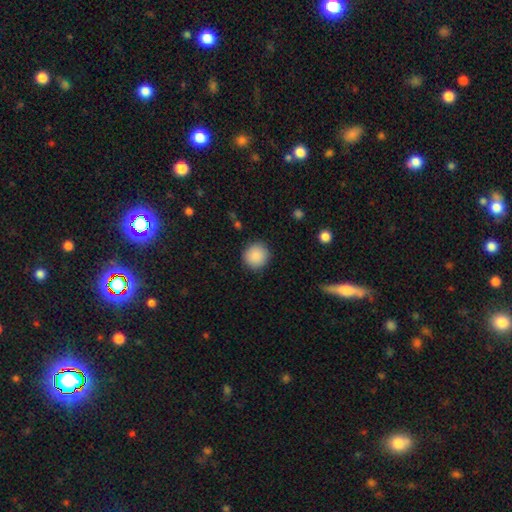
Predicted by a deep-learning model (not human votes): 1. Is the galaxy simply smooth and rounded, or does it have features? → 89% smooth, 8% star or artifact, 3% featured or disk.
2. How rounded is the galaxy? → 93% round, 6% in between, 1% cigar-shaped.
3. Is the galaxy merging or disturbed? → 90% none, 6% minor disturbance, 2% major disturbance, 1% merger.